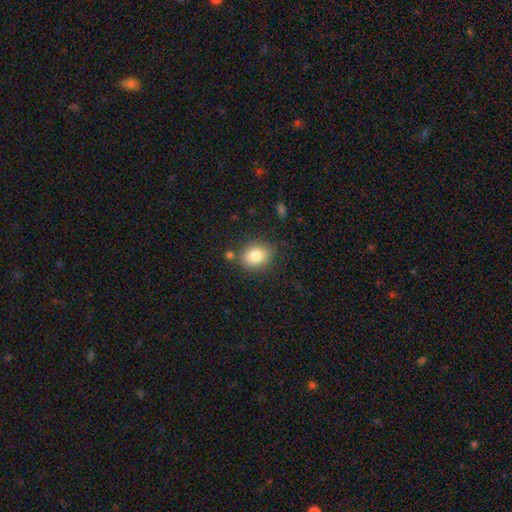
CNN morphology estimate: Overall: smooth (82%). How rounded: round (51%; in between 48%). Merging: none (81%).